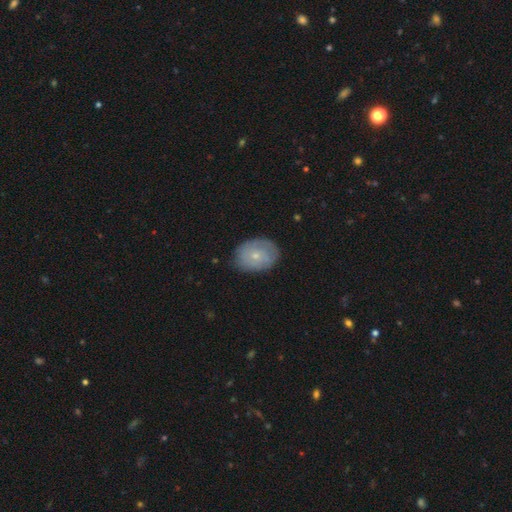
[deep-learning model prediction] A smooth galaxy with no disk features (54%) that is in between round and cigar-shaped (71%).

Vote fractions:
- Smooth or featured? smooth: 54% / featured or disk: 39% / star or artifact: 7%
- How rounded? in between: 71% / round: 28% / cigar-shaped: 1%
- Merging? none: 76% / minor disturbance: 19% / major disturbance: 4% / merger: 1%